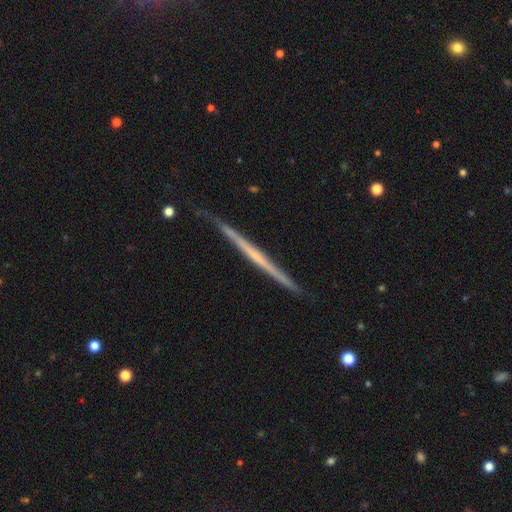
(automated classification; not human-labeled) Q: Smooth or featured?
A: featured or disk (70%); runner-up: smooth (24%)
Q: Edge-on disk?
A: yes (98%); runner-up: no (2%)
Q: Edge-on bulge?
A: none (80%); runner-up: rounded (15%)
Q: Merging?
A: none (85%); runner-up: minor disturbance (12%)